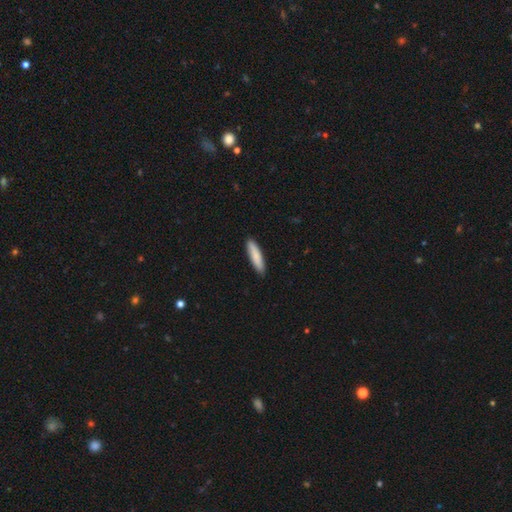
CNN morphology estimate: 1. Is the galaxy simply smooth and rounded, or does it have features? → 84% smooth, 10% featured or disk, 5% star or artifact.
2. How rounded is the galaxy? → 80% cigar-shaped, 19% in between, 1% round.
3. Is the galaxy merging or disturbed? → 90% none, 8% minor disturbance, 1% major disturbance, 1% merger.